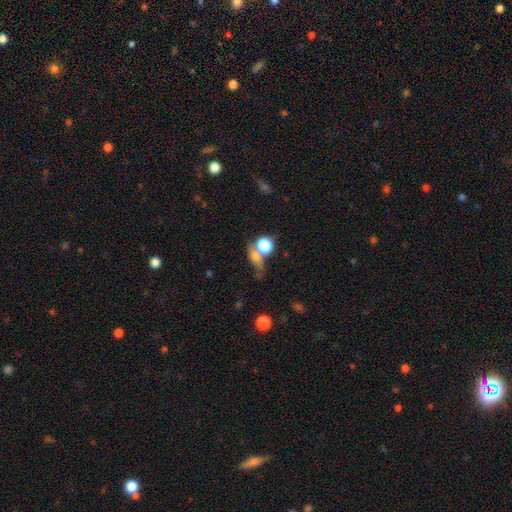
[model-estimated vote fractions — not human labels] smooth 64%, featured or disk 19%, star or artifact 17%. Down the decision tree: how rounded — round (51%); merging — none (38%).